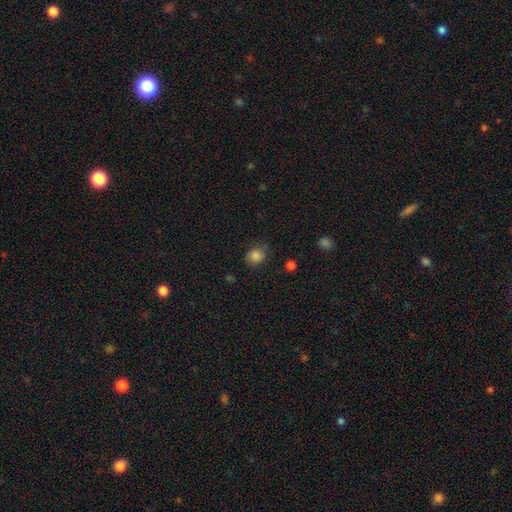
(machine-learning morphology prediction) This appears to be a smooth galaxy with no disk features (85%) that is round (65%). Merging: none (74%).